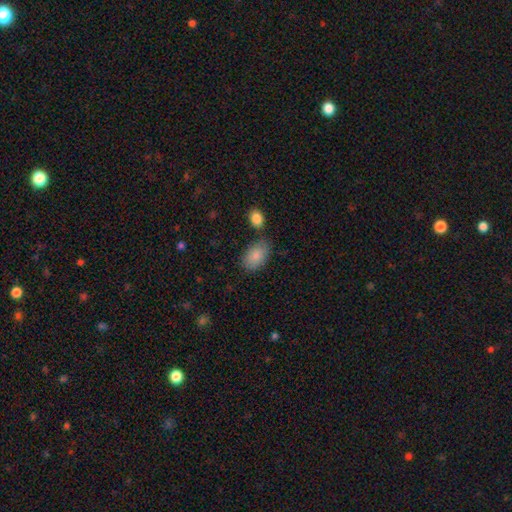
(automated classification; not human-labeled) The model was most divided on "merging": none: 69%, minor disturbance: 17%, merger: 9%, major disturbance: 4%. More confident: how rounded — in between (90%); smooth or featured — smooth (85%).